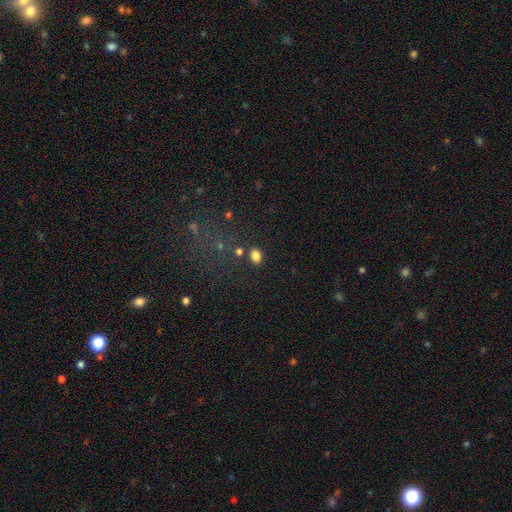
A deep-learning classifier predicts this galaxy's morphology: Smooth or featured? Predicted: smooth (p=0.82). How rounded? Predicted: in between (p=0.69). Merging? Predicted: none (p=0.82).